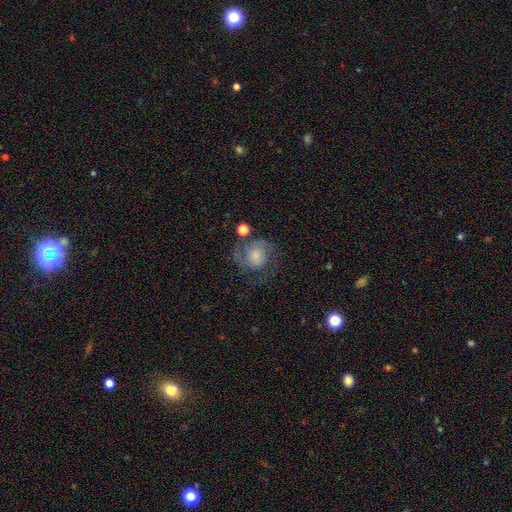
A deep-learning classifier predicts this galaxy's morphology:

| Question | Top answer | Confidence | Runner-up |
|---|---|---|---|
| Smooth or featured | featured or disk | 62% | smooth (29%) |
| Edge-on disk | no | 98% | yes (2%) |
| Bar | no | 71% | weak (25%) |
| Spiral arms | yes | 87% | no (13%) |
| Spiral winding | medium | 46% | tight (31%) |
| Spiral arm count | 2 | 69% | can't tell (13%) |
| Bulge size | small | 50% | moderate (25%) |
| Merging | none | 51% | major disturbance (23%) |